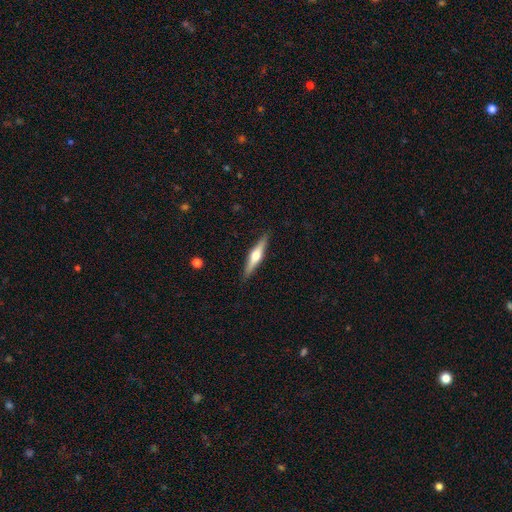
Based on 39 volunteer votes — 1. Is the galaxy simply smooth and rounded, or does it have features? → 62% featured or disk, 28% smooth, 10% star or artifact.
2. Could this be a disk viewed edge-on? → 100% yes, 0% no.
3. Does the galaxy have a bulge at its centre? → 96% rounded, 4% boxy, 0% none.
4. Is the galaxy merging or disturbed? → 91% none, 9% minor disturbance, 0% major disturbance, 0% merger.